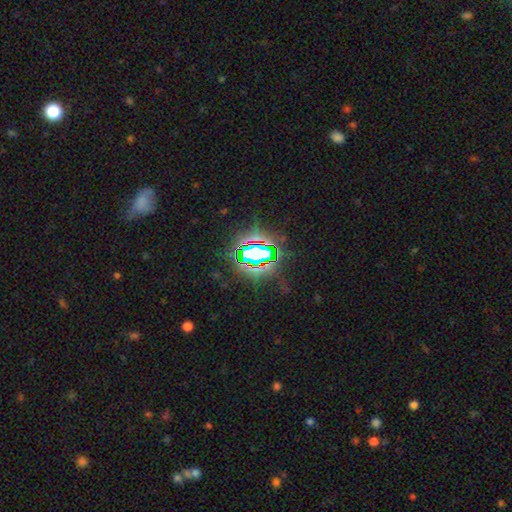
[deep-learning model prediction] smooth-or-featured: star or artifact: 75% | smooth: 14% | featured or disk: 11%